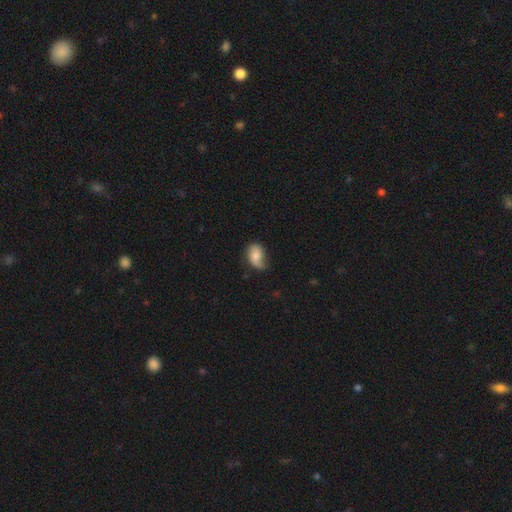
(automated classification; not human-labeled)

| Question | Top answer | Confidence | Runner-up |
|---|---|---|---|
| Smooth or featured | smooth | 55% | featured or disk (37%) |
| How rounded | in between | 80% | round (19%) |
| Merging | none | 49% | minor disturbance (35%) |